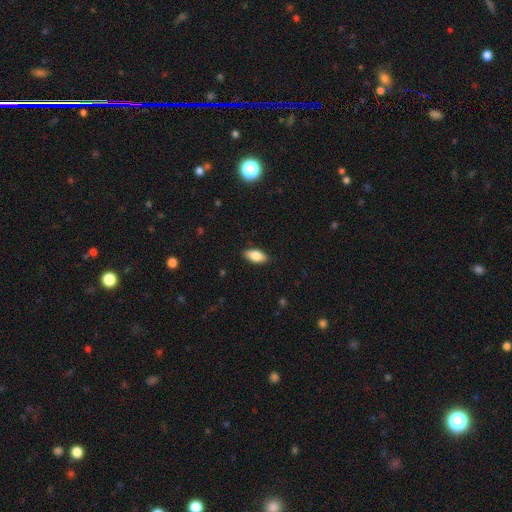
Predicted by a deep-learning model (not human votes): Smooth or featured? Predicted: smooth (p=0.82). How rounded? Predicted: in between (p=0.88). Merging? Predicted: none (p=0.88).